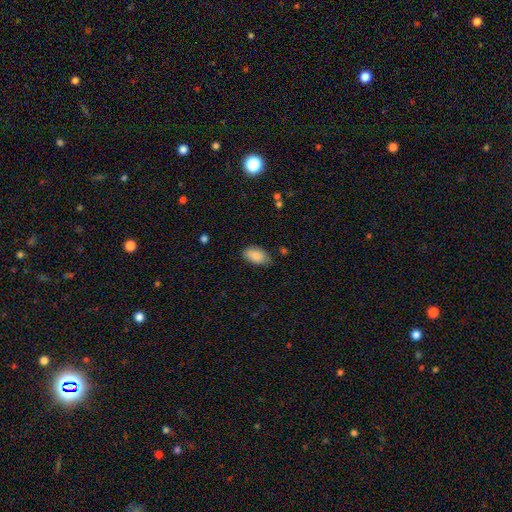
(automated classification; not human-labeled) The model was most divided on "merging": none: 72%, minor disturbance: 22%, major disturbance: 4%, merger: 1%. More confident: how rounded — in between (94%); smooth or featured — smooth (88%).